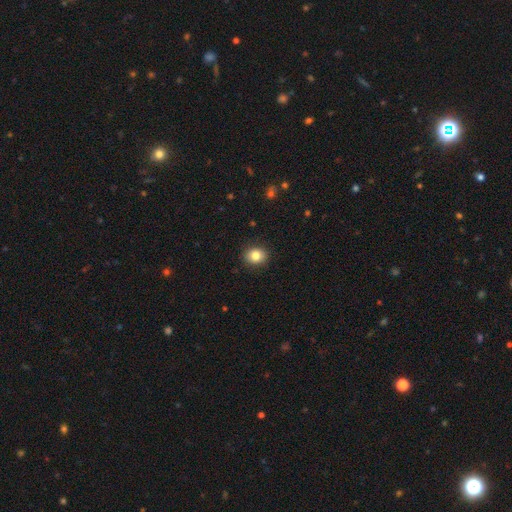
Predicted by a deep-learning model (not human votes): smooth-or-featured: smooth: 83% | star or artifact: 10% | featured or disk: 7%
  how-rounded: round: 65% | in between: 34% | cigar-shaped: 1%
  merging: none: 90% | minor disturbance: 7% | major disturbance: 2% | merger: 1%